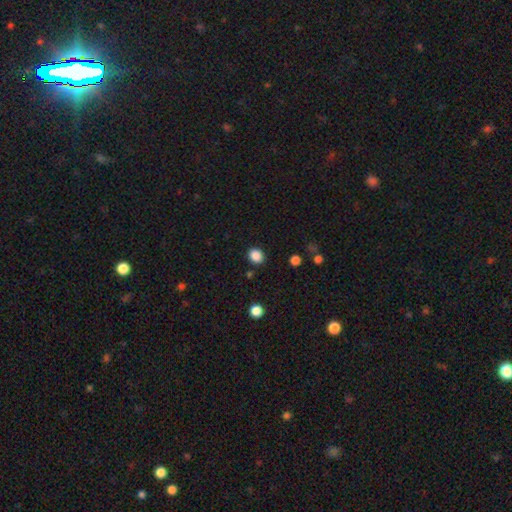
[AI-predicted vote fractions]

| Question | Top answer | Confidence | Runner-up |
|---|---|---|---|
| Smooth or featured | smooth | 87% | star or artifact (10%) |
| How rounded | round | 64% | in between (35%) |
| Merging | none | 88% | minor disturbance (8%) |